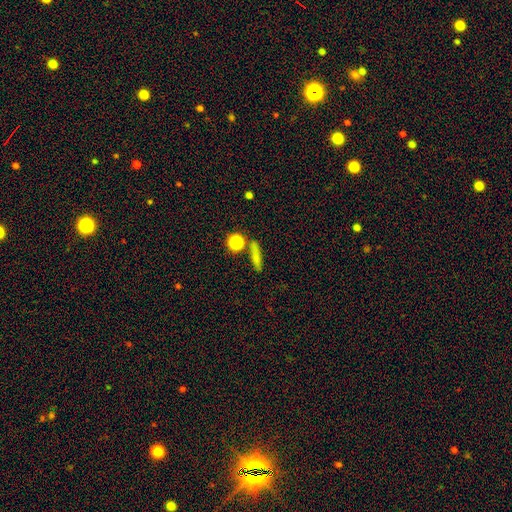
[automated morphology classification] The model was most divided on "how rounded": cigar-shaped: 67%, in between: 18%, round: 15%. More confident: merging — none (74%); smooth or featured — smooth (69%).